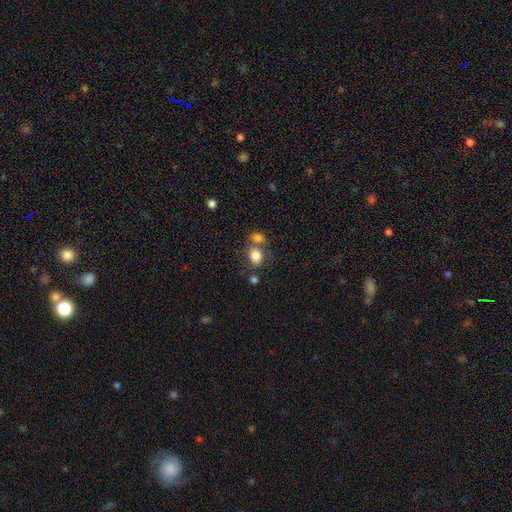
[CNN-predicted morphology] Smooth or featured? smooth (82%)
How rounded? in between (54%)
Merging? none (51%)